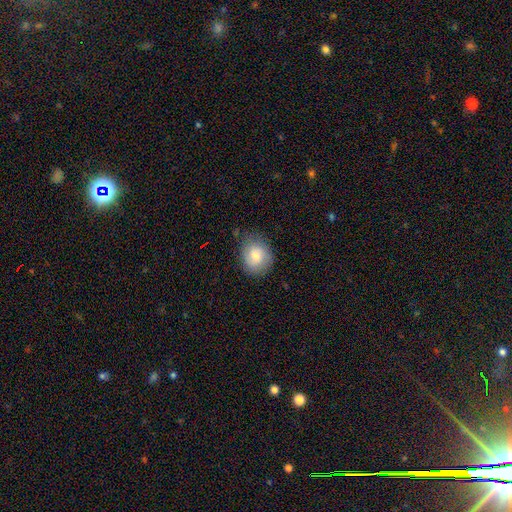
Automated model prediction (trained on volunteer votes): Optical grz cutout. It shows a smooth galaxy with no disk features (72%) that is round (60%). Merging: none (74%).